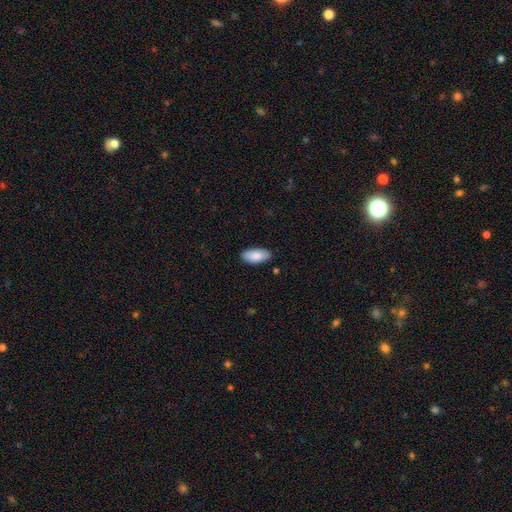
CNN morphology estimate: smooth-or-featured: smooth: 87% | featured or disk: 7% | star or artifact: 6%
  how-rounded: in between: 92% | cigar-shaped: 6% | round: 2%
  merging: none: 86% | minor disturbance: 11% | major disturbance: 2% | merger: 1%